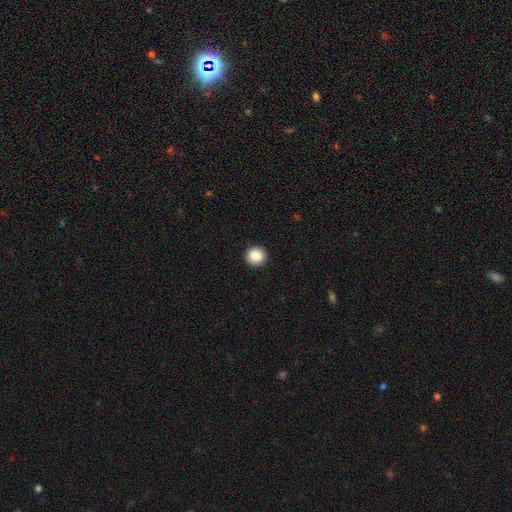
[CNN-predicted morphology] This is clearly a smooth galaxy (87%). How rounded: clearly round (91%). Merging: clearly none (92%).